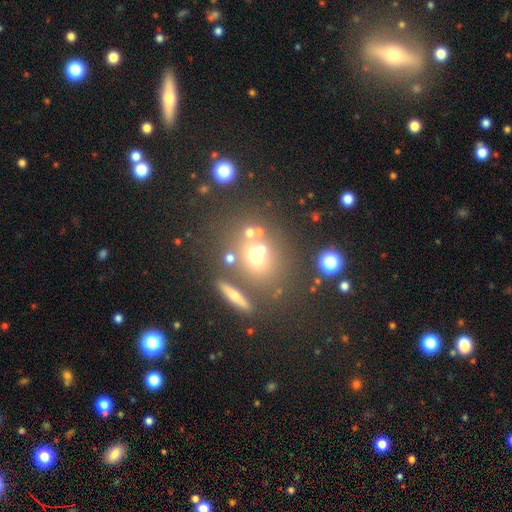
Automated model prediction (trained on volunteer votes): This is possibly a smooth galaxy (55%). How rounded: likely round (65%). Merging: possibly none (59%).